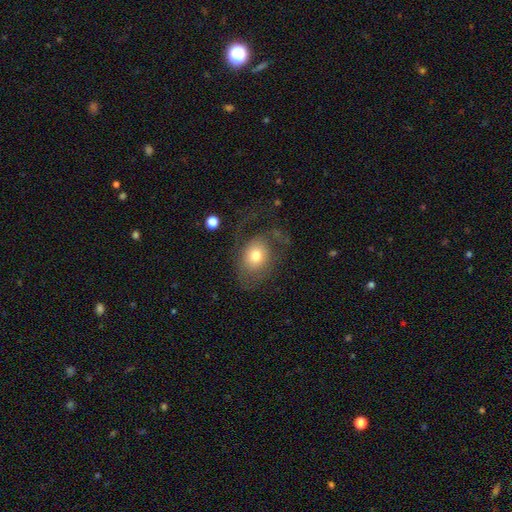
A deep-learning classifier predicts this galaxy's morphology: Smooth or featured?
  - smooth: 58% *
  - featured or disk: 34%
  - star or artifact: 8%
How rounded?
  - in between: 61% *
  - round: 38%
  - cigar-shaped: 1%
Merging?
  - none: 40% *
  - major disturbance: 38%
  - minor disturbance: 20%
  - merger: 2%